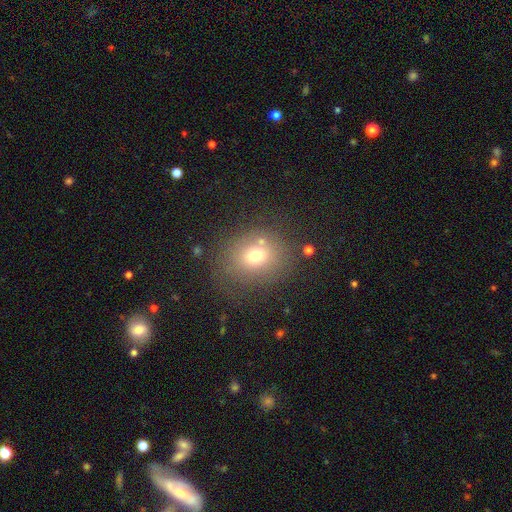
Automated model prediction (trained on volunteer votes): Overall: smooth (68%). How rounded: round (65%; in between 35%). Merging: none (70%).